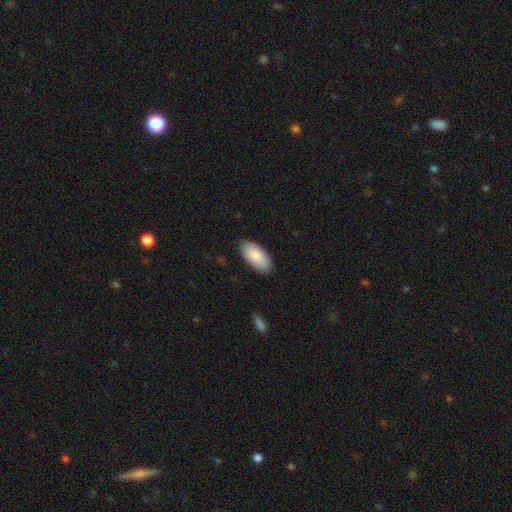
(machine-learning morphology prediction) Smooth or featured? smooth (86%)
How rounded? in between (94%)
Merging? none (87%)